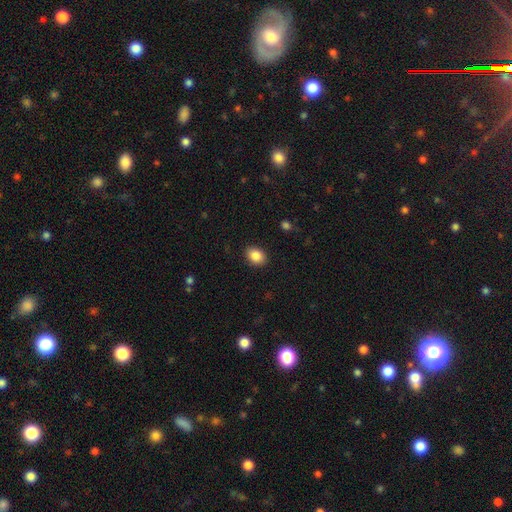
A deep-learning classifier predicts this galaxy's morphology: Smooth or featured? smooth (87%)
How rounded? in between (72%)
Merging? none (89%)